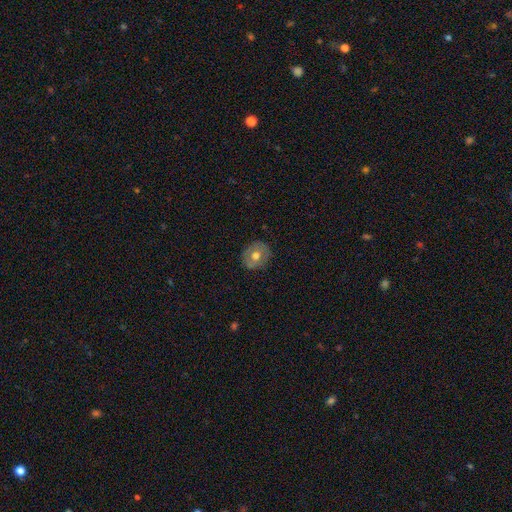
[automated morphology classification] A smooth galaxy with no disk features (57%) that is round (77%).

Vote fractions:
- Smooth or featured? smooth: 57% / featured or disk: 35% / star or artifact: 8%
- How rounded? round: 77% / in between: 22% / cigar-shaped: 1%
- Merging? none: 84% / minor disturbance: 12% / major disturbance: 3% / merger: 1%